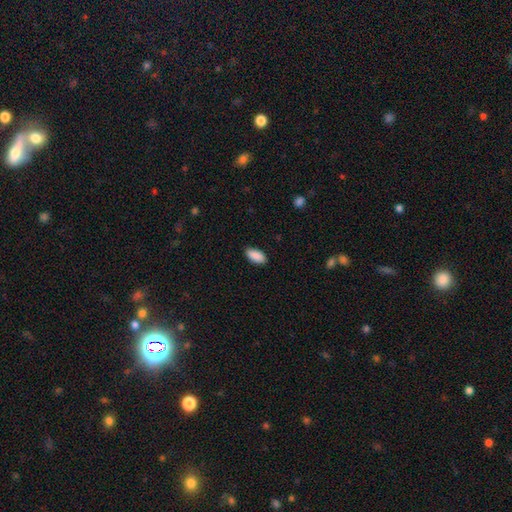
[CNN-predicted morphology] Overall: smooth (90%). How rounded: in between (91%). Merging: none (86%).